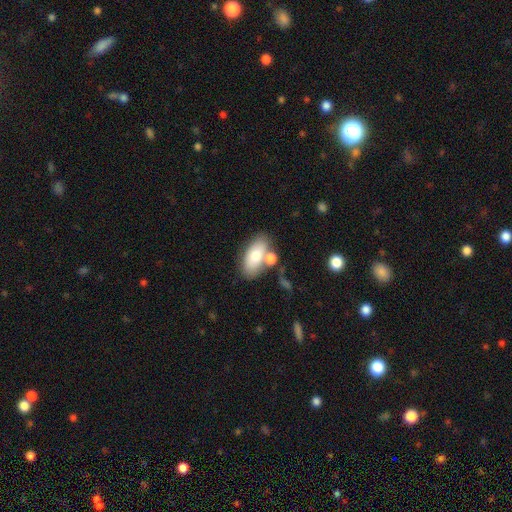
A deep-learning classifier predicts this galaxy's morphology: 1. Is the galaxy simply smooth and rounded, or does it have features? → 72% smooth, 21% featured or disk, 7% star or artifact.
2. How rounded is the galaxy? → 91% in between, 5% round, 4% cigar-shaped.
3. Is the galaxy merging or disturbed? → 57% none, 25% merger, 13% minor disturbance, 5% major disturbance.